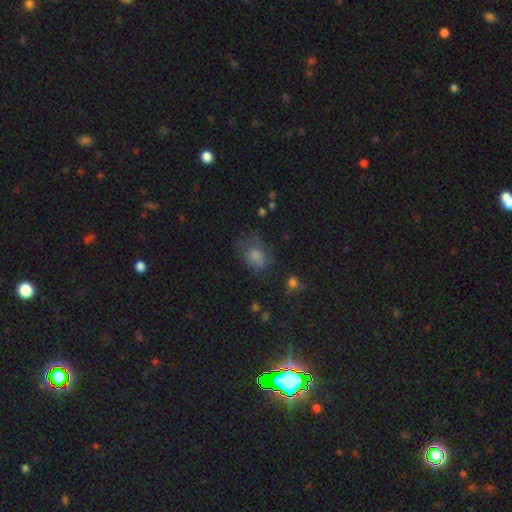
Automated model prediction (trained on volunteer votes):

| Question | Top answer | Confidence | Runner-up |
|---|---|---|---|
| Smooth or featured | smooth | 58% | star or artifact (26%) |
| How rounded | in between | 63% | round (35%) |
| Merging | none | 56% | minor disturbance (26%) |